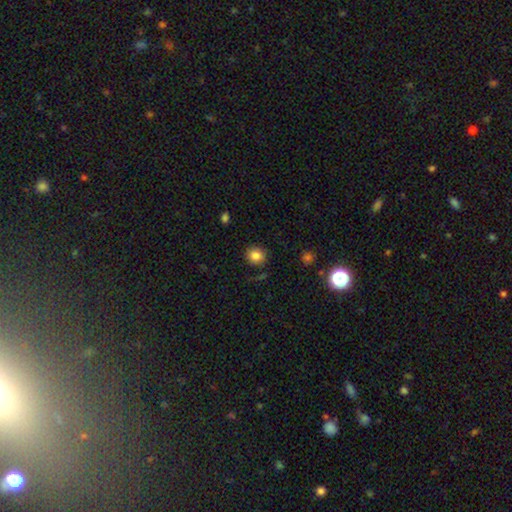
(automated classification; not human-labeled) Smooth or featured? Predicted: smooth (p=0.83). How rounded? Predicted: round (p=0.85). Merging? Predicted: none (p=0.86).